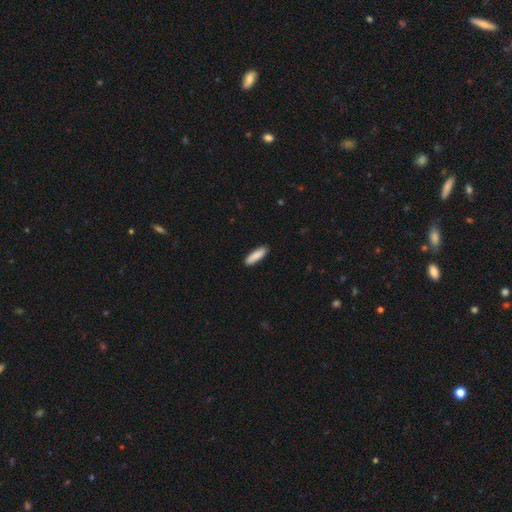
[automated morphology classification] Smooth or featured? Predicted: smooth (p=0.88). How rounded? Predicted: cigar-shaped (p=0.65). Merging? Predicted: none (p=0.90).